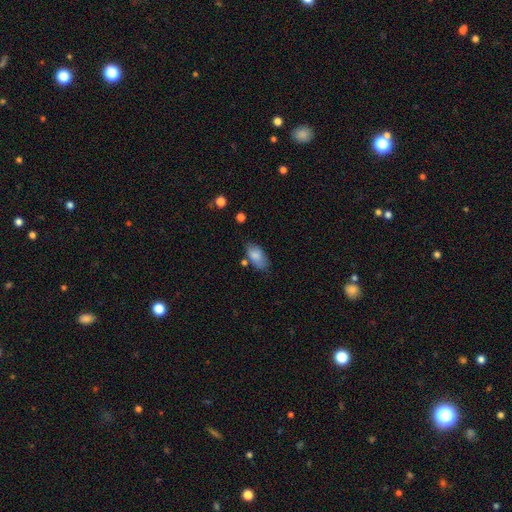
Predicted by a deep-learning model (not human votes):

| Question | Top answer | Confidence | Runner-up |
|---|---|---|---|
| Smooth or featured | smooth | 82% | featured or disk (11%) |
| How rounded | in between | 91% | cigar-shaped (5%) |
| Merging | none | 63% | minor disturbance (24%) |